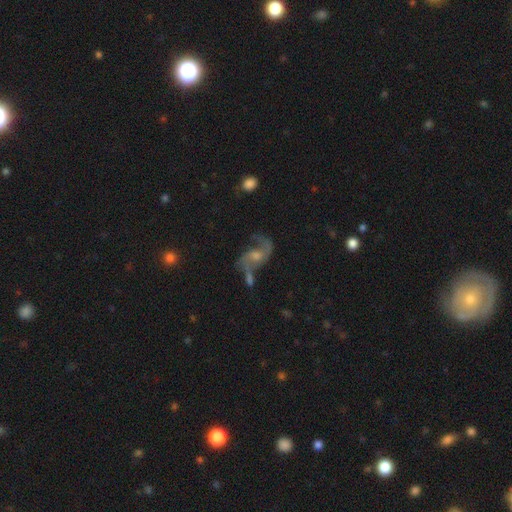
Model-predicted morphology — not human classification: Smooth or featured: featured or disk — 85% (star or artifact — 8%)
Edge-on disk: no — 96% (yes — 4%)
Bar: no — 55% (weak — 37%)
Spiral arms: yes — 95% (no — 5%)
Spiral winding: loose — 66% (medium — 28%)
Spiral arm count: 2 — 91% (1 — 3%)
Bulge size: moderate — 51% (small — 34%)
Merging: none — 56% (minor disturbance — 18%)